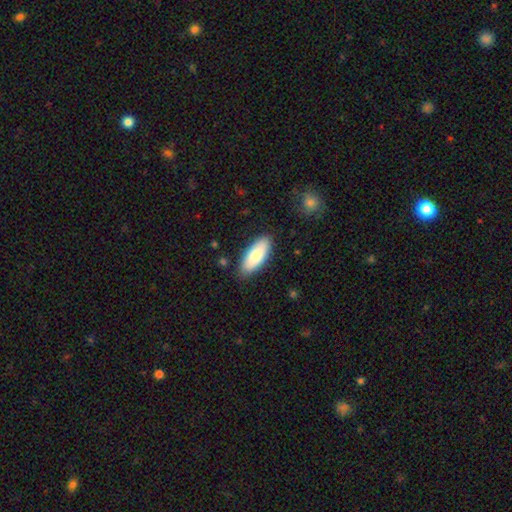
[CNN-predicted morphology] Q: Smooth or featured?
A: smooth (83%); runner-up: featured or disk (11%)
Q: How rounded?
A: in between (80%); runner-up: cigar-shaped (18%)
Q: Merging?
A: none (85%); runner-up: minor disturbance (12%)